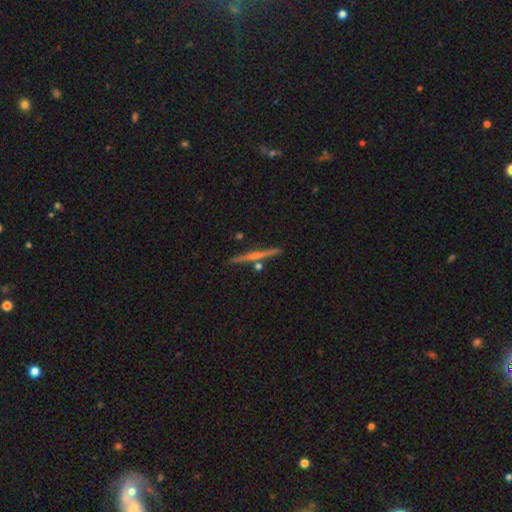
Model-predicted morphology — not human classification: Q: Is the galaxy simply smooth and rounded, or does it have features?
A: featured or disk — 66%.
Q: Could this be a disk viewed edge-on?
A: yes — 98%.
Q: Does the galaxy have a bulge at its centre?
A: rounded — 49%.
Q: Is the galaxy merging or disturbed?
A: none — 88%.